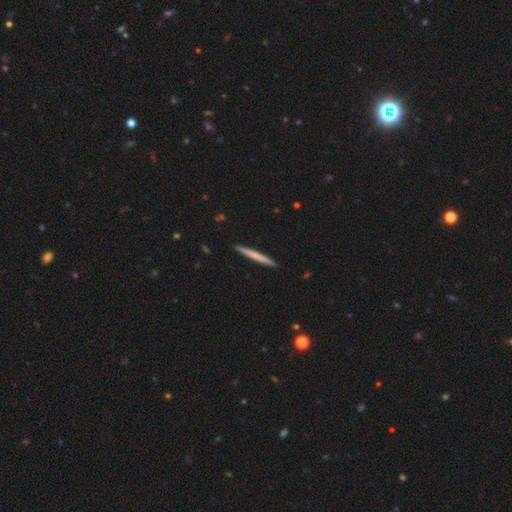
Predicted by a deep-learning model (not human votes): Overall: smooth (64%; featured or disk 31%). How rounded: cigar-shaped (97%). Merging: none (92%).